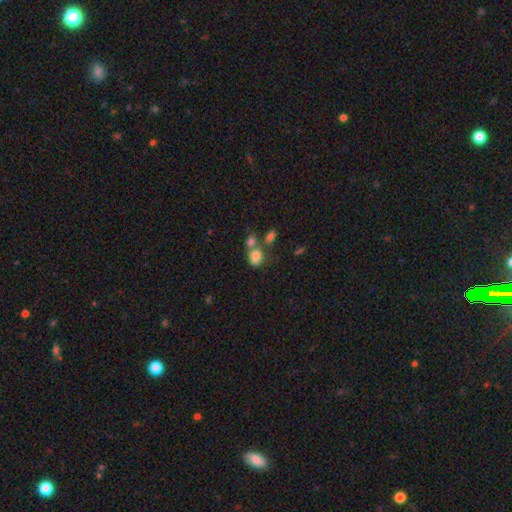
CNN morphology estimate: Smooth or featured? Predicted: smooth (p=0.77). How rounded? Predicted: in between (p=0.50). Merging? Predicted: merger (p=0.46).